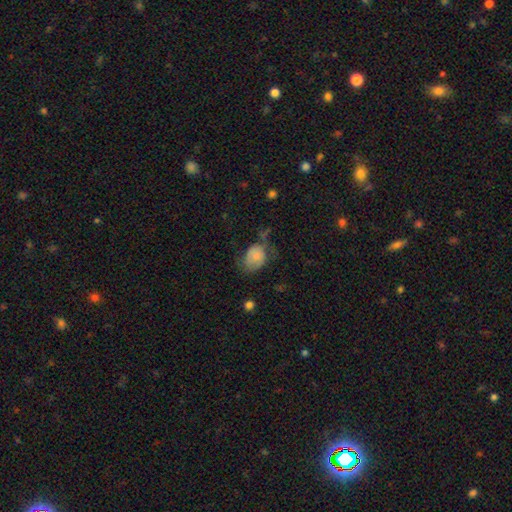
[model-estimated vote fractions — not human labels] A smooth galaxy with no disk features (71%) that is in between round and cigar-shaped (62%). Merging: none (36%).